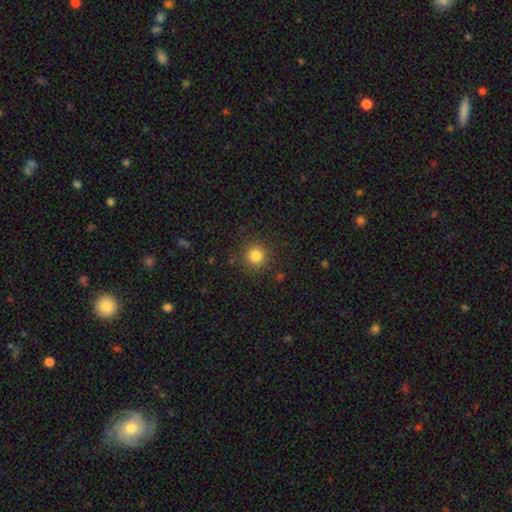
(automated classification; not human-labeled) Q: Smooth or featured?
A: smooth (82%); runner-up: star or artifact (13%)
Q: How rounded?
A: round (94%); runner-up: in between (5%)
Q: Merging?
A: none (89%); runner-up: minor disturbance (7%)